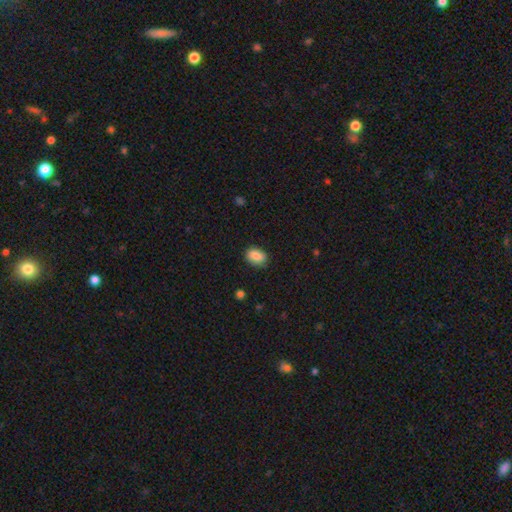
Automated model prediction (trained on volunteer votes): A smooth galaxy with no disk features (86%) that is in between round and cigar-shaped (78%).

Vote fractions:
- Smooth or featured? smooth: 86% / star or artifact: 8% / featured or disk: 6%
- How rounded? in between: 78% / round: 21% / cigar-shaped: 1%
- Merging? none: 85% / minor disturbance: 11% / major disturbance: 2% / merger: 1%